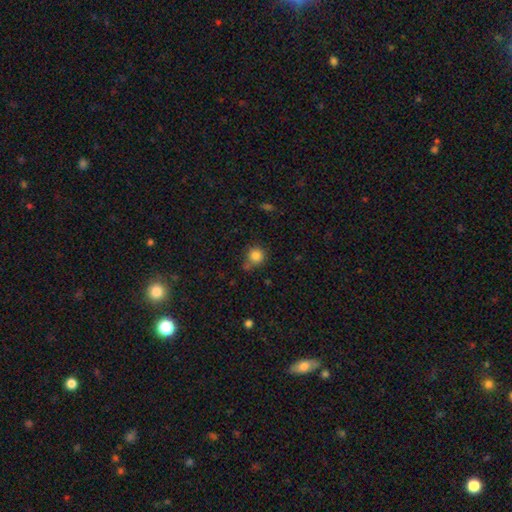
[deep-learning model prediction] smooth-or-featured: smooth: 84% | star or artifact: 11% | featured or disk: 5%
  how-rounded: round: 88% | in between: 11% | cigar-shaped: 1%
  merging: none: 62% | minor disturbance: 22% | merger: 11% | major disturbance: 6%